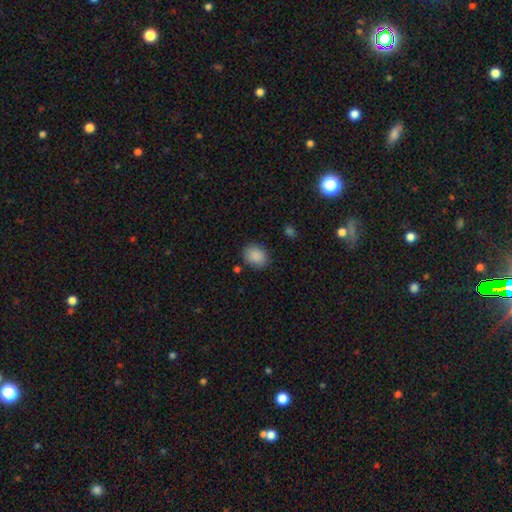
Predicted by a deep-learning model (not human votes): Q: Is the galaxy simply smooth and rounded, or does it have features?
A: smooth — 88%.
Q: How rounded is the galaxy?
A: in between — 57%.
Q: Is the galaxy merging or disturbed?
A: none — 81%.